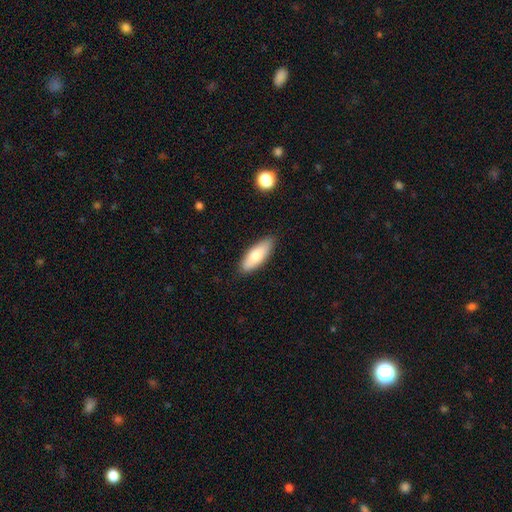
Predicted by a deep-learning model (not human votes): A smooth galaxy with no disk features (78%) that is in between round and cigar-shaped (67%). Merging: none (85%).